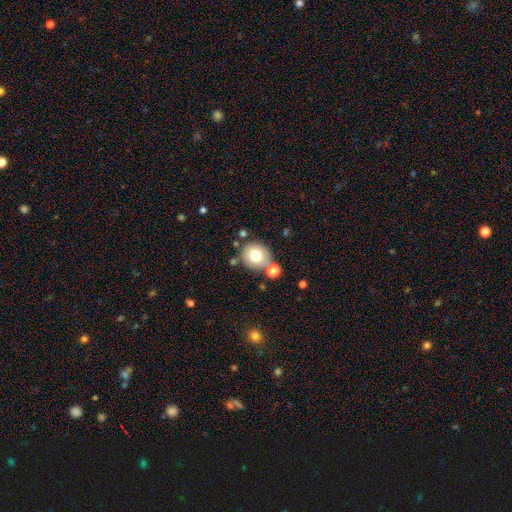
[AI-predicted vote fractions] This is likely a smooth galaxy (75%). How rounded: likely round (80%). Merging: likely none (70%).